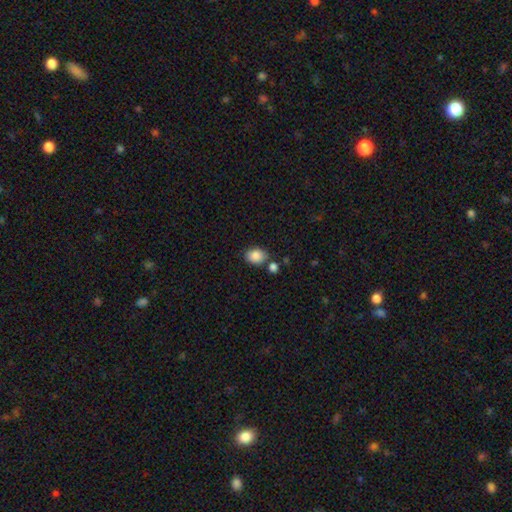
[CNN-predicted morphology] This appears to be a smooth galaxy with no disk features (86%) that is in between round and cigar-shaped (67%). Merging: none (72%).